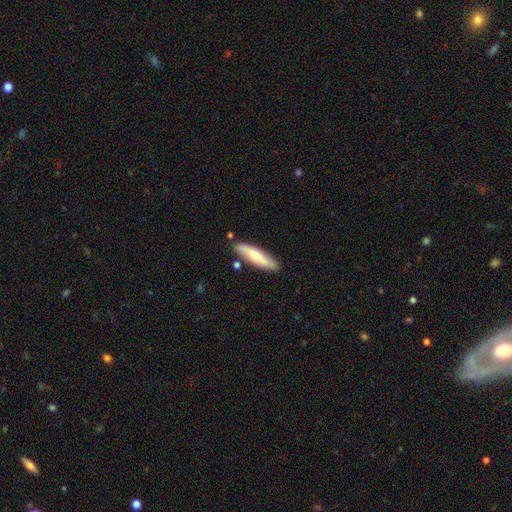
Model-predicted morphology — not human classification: Smooth or featured?
  - smooth: 64% *
  - featured or disk: 31%
  - star or artifact: 5%
How rounded?
  - cigar-shaped: 76% *
  - in between: 23%
  - round: 2%
Merging?
  - none: 83% *
  - minor disturbance: 11%
  - merger: 4%
  - major disturbance: 2%